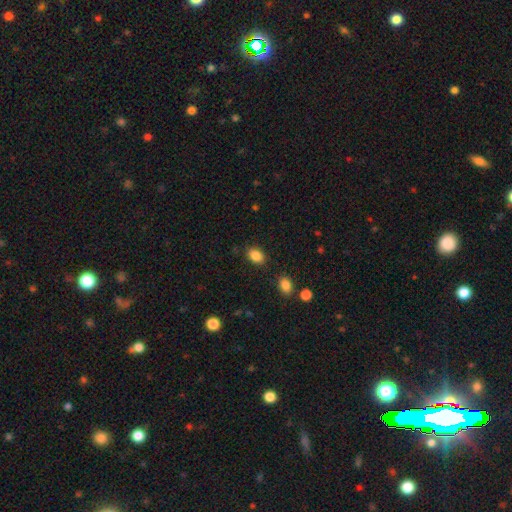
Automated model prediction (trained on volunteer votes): Smooth or featured?
  - smooth: 86% *
  - star or artifact: 9%
  - featured or disk: 4%
How rounded?
  - in between: 81% *
  - round: 18%
  - cigar-shaped: 1%
Merging?
  - none: 85% *
  - minor disturbance: 10%
  - major disturbance: 3%
  - merger: 2%